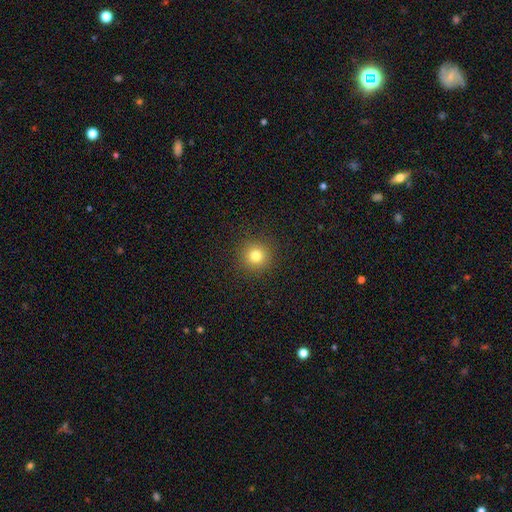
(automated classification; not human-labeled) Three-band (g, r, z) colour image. It shows a smooth galaxy with no disk features (79%) that is round (95%). Merging: none (92%).